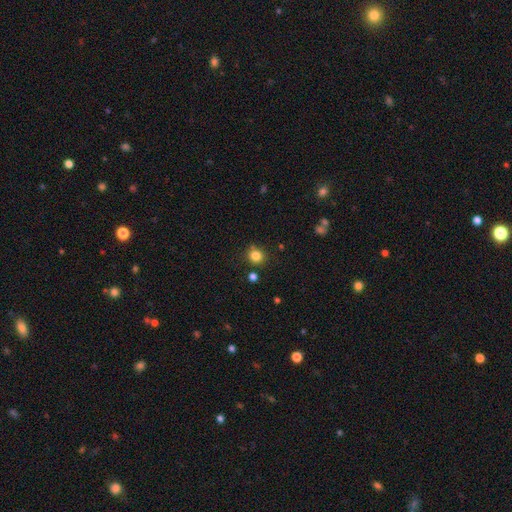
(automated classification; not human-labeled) smooth 82%, star or artifact 13%, featured or disk 5%. Down the decision tree: how rounded — round (87%); merging — none (82%).